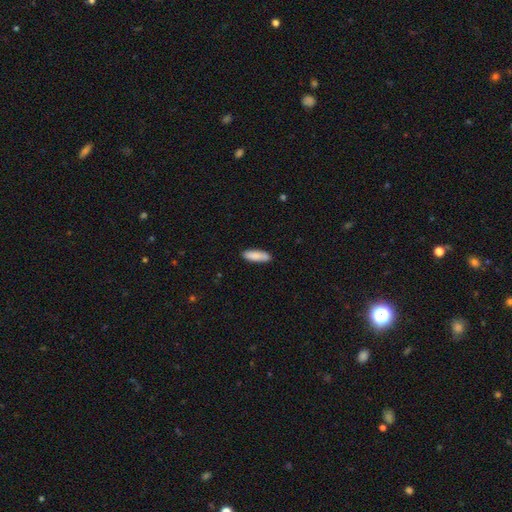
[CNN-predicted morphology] type=smooth (87%); roundness=cigar-shaped (53%); merging=none (84%).